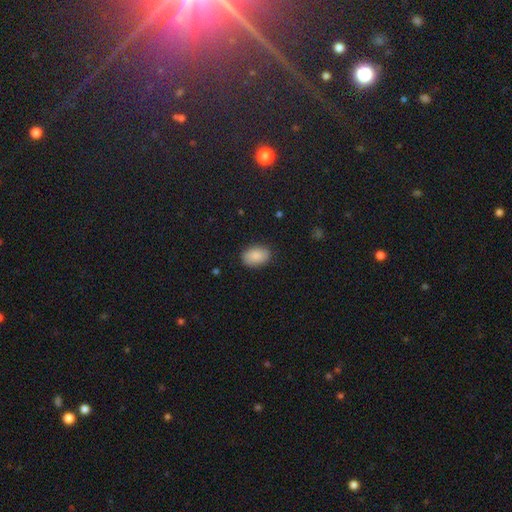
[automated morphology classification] smooth_or_featured: smooth (p=0.87) [alt: star or artifact p=0.07]
how_rounded: in between (p=0.86) [alt: round p=0.12]
merging: none (p=0.85) [alt: minor disturbance p=0.11]